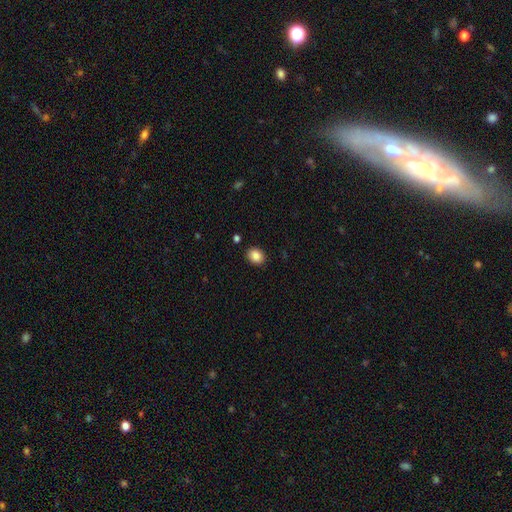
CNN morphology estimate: Smooth or featured? smooth (87%)
How rounded? round (53%)
Merging? none (89%)